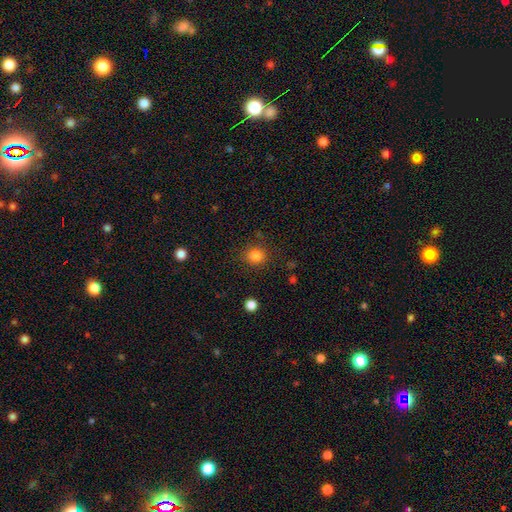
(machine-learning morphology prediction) A smooth galaxy with no disk features (84%) that is round (77%).

Vote fractions:
- Smooth or featured? smooth: 84% / star or artifact: 12% / featured or disk: 4%
- How rounded? round: 77% / in between: 22% / cigar-shaped: 1%
- Merging? none: 83% / minor disturbance: 11% / major disturbance: 4% / merger: 2%